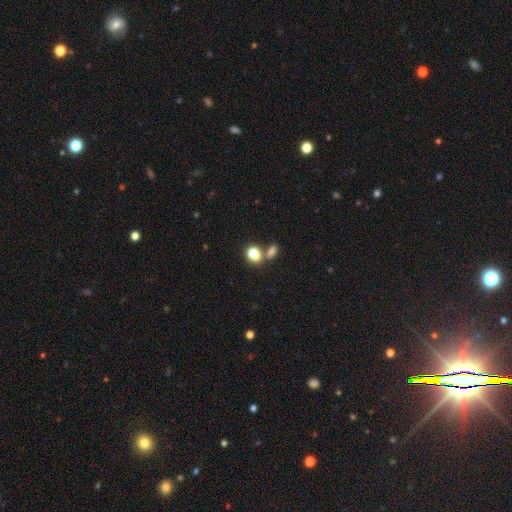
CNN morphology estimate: smooth 80%, star or artifact 11%, featured or disk 9%. Down the decision tree: how rounded — in between (60%); merging — none (45%).